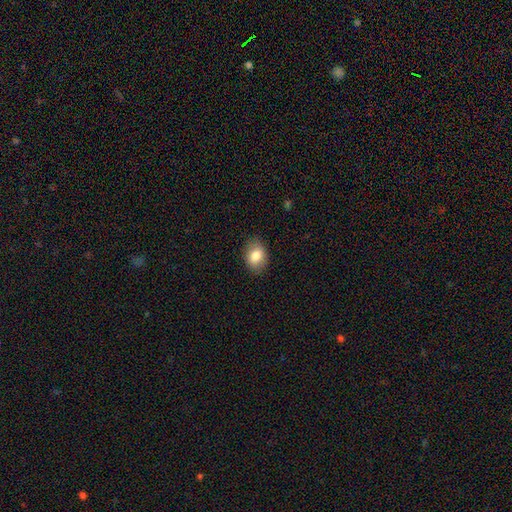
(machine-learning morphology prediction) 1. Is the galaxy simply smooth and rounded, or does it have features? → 83% smooth, 9% featured or disk, 8% star or artifact.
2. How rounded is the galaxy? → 75% in between, 24% round, 1% cigar-shaped.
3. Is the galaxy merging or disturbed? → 85% none, 12% minor disturbance, 3% major disturbance, 1% merger.